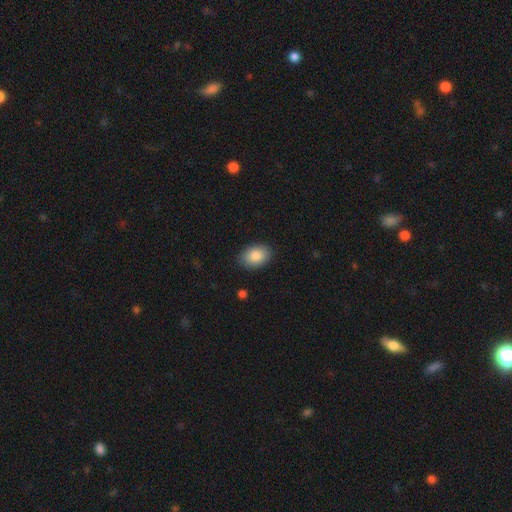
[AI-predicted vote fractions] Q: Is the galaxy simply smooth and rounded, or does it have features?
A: smooth — 86%.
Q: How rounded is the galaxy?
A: in between — 81%.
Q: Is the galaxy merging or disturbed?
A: none — 87%.